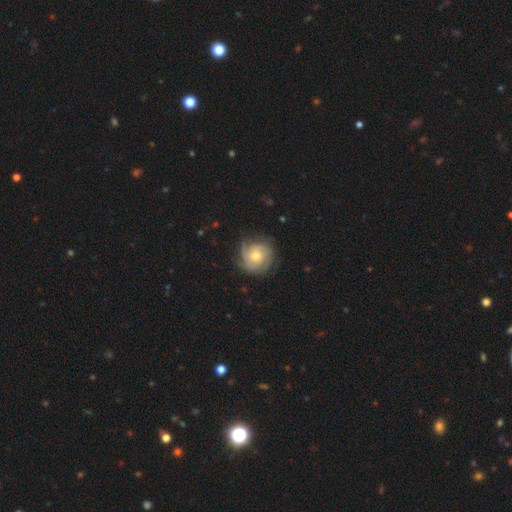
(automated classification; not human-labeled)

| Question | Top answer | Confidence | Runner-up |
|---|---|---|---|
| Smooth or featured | featured or disk | 72% | smooth (21%) |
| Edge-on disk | no | 98% | yes (2%) |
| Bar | no | 79% | weak (18%) |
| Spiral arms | yes | 93% | no (7%) |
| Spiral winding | tight | 65% | medium (27%) |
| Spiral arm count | can't tell | 34% | 3 (27%) |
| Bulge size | moderate | 59% | small (34%) |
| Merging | none | 74% | minor disturbance (17%) |